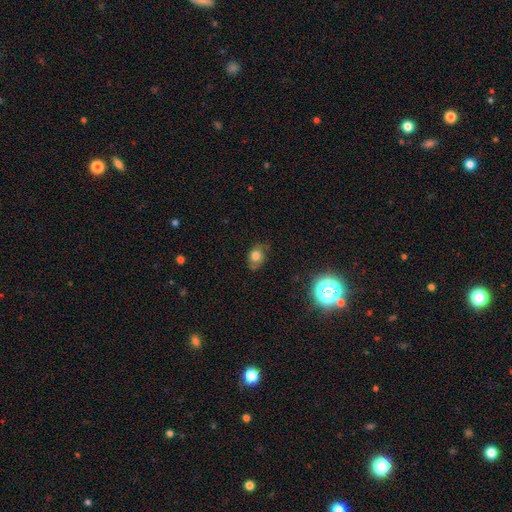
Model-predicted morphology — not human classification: smooth-or-featured: smooth: 69% | featured or disk: 18% | star or artifact: 13%
  how-rounded: in between: 66% | round: 33% | cigar-shaped: 2%
  merging: none: 63% | minor disturbance: 27% | major disturbance: 8% | merger: 2%